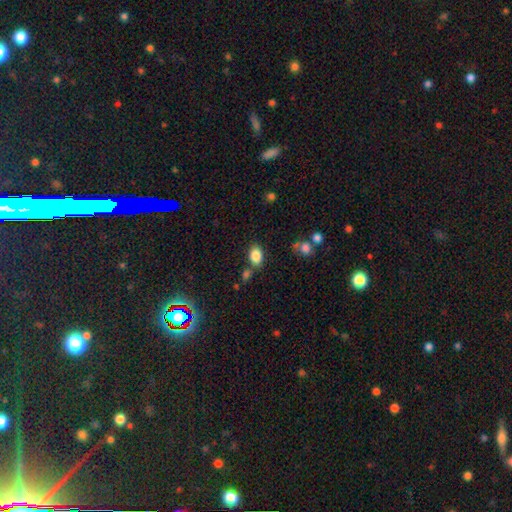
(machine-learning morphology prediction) type=smooth (85%); roundness=in between (82%); merging=none (74%).